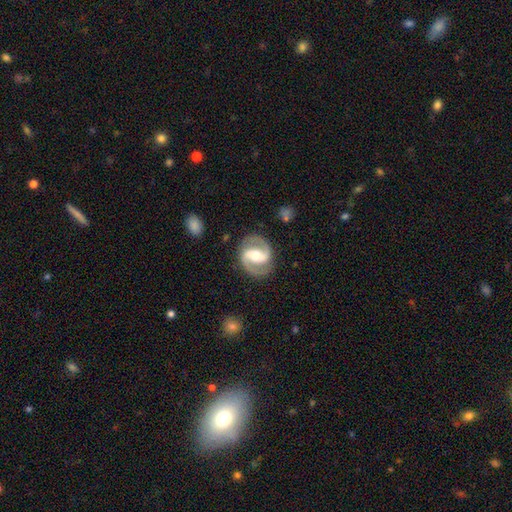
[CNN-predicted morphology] featured or disk 90%, smooth 6%, star or artifact 4%. Down the decision tree: edge-on disk — no (98%); bar — strong (51%); spiral arms — yes (96%); spiral arm count — 2 (94%); spiral winding — medium (58%); bulge size — moderate (63%); merging — none (86%).